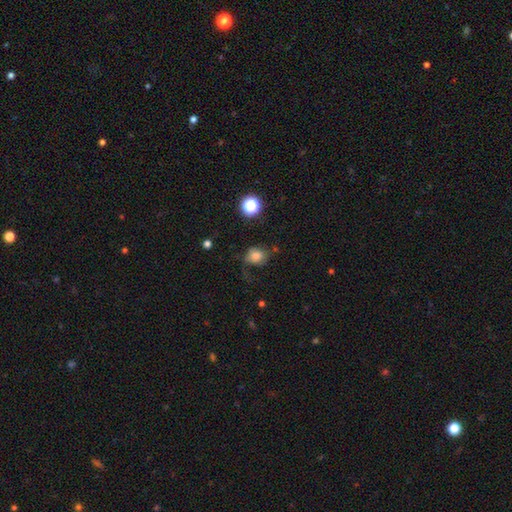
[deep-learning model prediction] Overall: smooth (76%). How rounded: round (65%; in between 34%). Merging: none (50%; minor disturbance 28%).